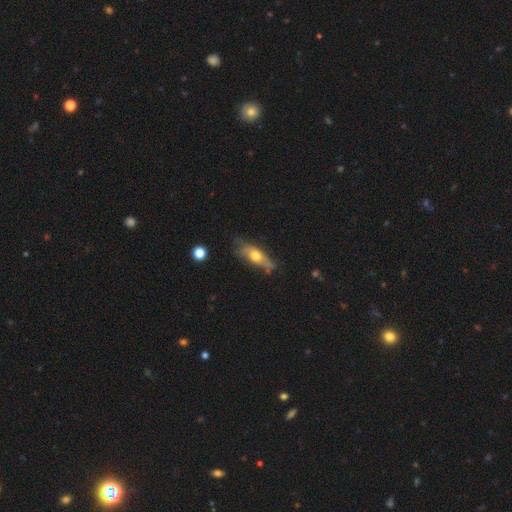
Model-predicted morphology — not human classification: Smooth or featured?
  - smooth: 48% *
  - featured or disk: 45%
  - star or artifact: 7%
Merging?
  - none: 55% *
  - minor disturbance: 30%
  - major disturbance: 10%
  - merger: 4%